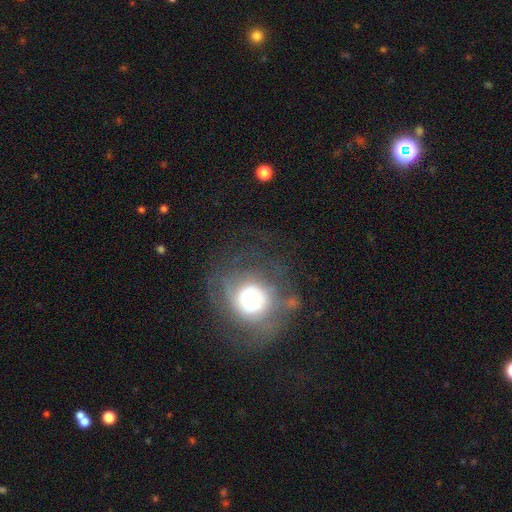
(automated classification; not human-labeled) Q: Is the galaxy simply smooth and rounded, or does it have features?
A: featured or disk — 53%.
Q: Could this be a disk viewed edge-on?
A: no — 96%.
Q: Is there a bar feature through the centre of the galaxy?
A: no — 81%.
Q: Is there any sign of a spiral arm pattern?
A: yes — 64%.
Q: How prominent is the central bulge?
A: moderate — 35%.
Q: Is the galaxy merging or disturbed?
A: none — 62%.